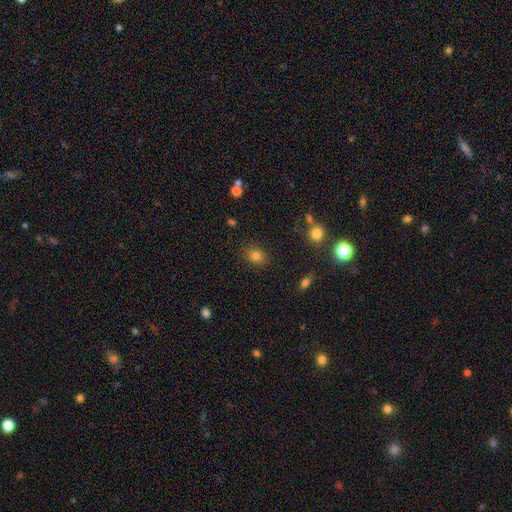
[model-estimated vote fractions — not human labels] Overall: smooth (79%). How rounded: in between (63%; round 36%). Merging: none (83%).